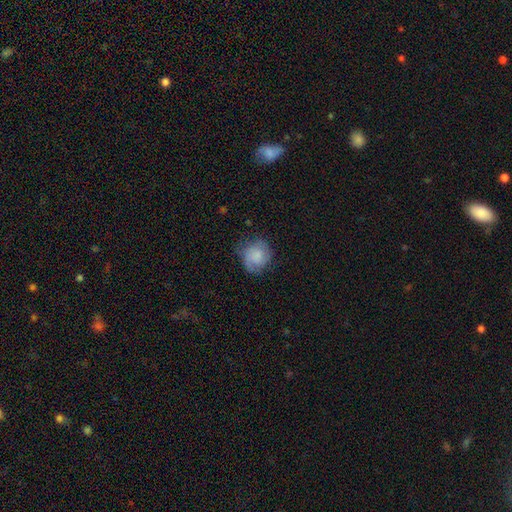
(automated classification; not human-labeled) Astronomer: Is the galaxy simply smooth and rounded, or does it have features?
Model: smooth — 69%.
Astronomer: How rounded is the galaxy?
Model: round — 80%.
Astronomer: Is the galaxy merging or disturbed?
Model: none — 64%.